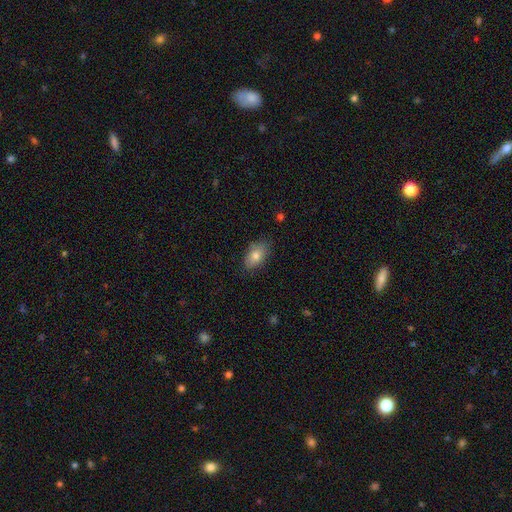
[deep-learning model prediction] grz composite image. It shows a smooth galaxy with no disk features (78%) that is in between round and cigar-shaped (89%). Merging: none (79%).